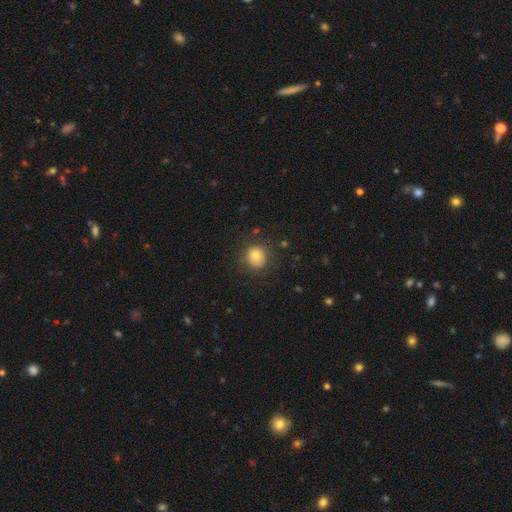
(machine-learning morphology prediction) smooth 78%, featured or disk 11%, star or artifact 10%. Down the decision tree: how rounded — round (85%); merging — none (77%).